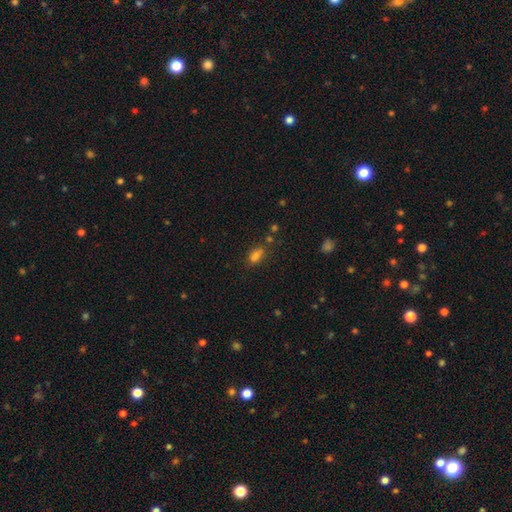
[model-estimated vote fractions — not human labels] Smooth or featured? Predicted: smooth (p=0.76). How rounded? Predicted: in between (p=0.76). Merging? Predicted: none (p=0.63).